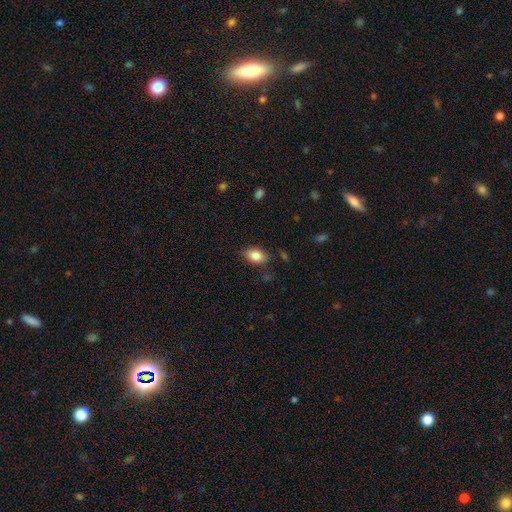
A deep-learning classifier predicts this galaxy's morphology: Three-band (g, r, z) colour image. It shows a smooth galaxy with no disk features (86%) that is in between round and cigar-shaped (85%). Merging: none (82%).